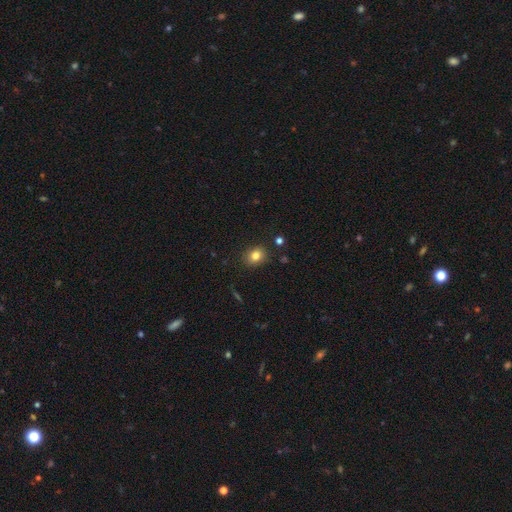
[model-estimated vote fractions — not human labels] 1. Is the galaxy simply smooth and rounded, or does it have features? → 80% smooth, 12% star or artifact, 8% featured or disk.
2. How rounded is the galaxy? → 56% round, 43% in between, 1% cigar-shaped.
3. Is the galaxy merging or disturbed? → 87% none, 9% minor disturbance, 2% major disturbance, 2% merger.